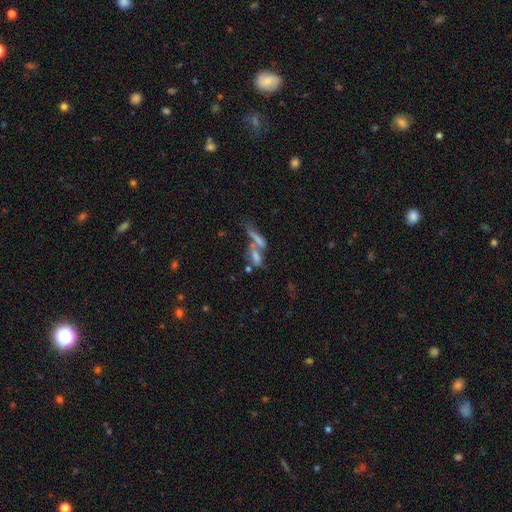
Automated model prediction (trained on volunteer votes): This is possibly a smooth galaxy (49%). Merging: possibly merger (54%).